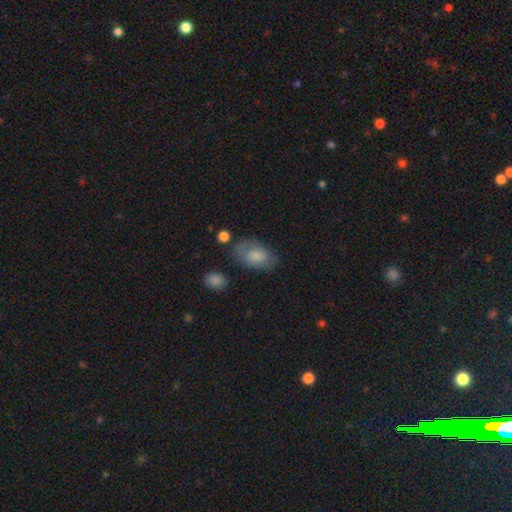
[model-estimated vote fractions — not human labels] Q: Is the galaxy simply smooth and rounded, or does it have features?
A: smooth — 72%.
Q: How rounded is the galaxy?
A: in between — 90%.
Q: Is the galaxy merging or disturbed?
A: none — 62%.